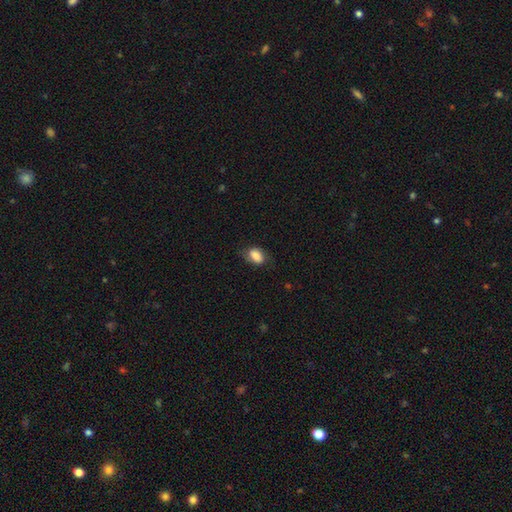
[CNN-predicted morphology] The model was most divided on "merging": none: 70%, minor disturbance: 22%, major disturbance: 6%, merger: 1%. More confident: how rounded — in between (82%); smooth or featured — smooth (80%).